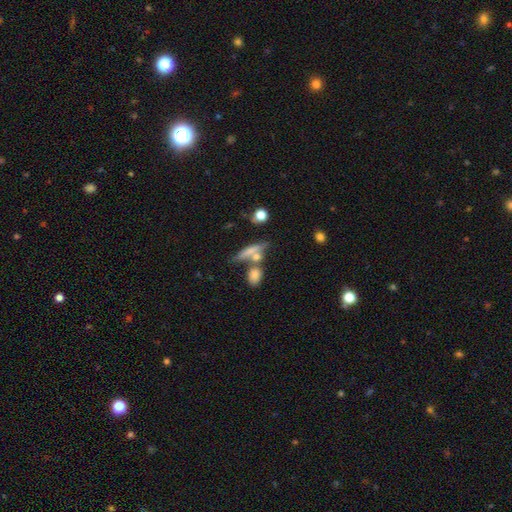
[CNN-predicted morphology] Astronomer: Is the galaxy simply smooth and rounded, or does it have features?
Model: smooth — 62%.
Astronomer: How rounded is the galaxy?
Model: cigar-shaped — 46% (runner-up: in between, 38%).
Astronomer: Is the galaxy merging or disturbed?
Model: none — 50% (runner-up: merger, 30%).